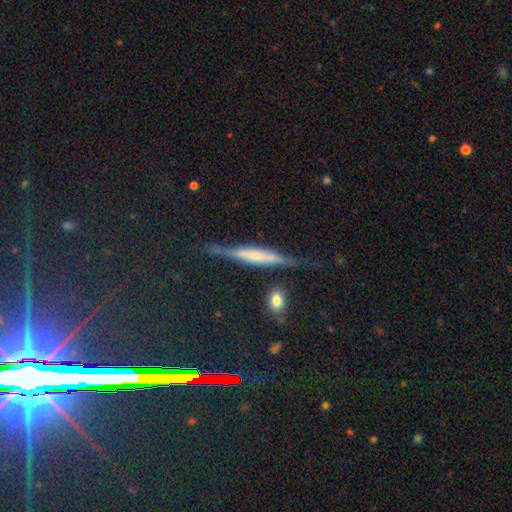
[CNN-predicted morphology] Smooth or featured? featured or disk (61%)
Edge-on disk? yes (90%)
Edge-on bulge? boxy (39%)
Merging? none (70%)